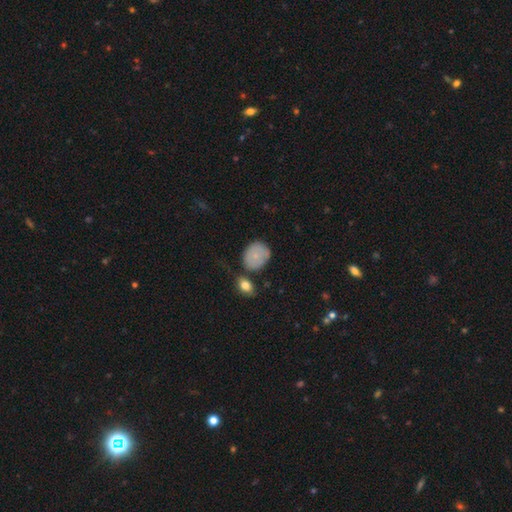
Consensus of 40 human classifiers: Morphology: type=smooth (80%); roundness=in between (66%); merging=none (62%).